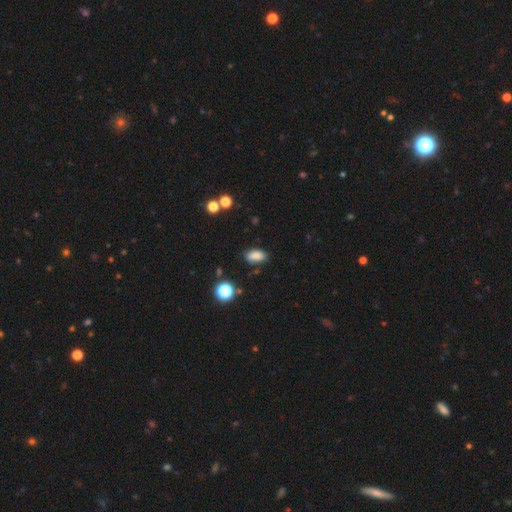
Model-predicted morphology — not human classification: Smooth or featured: smooth — 85% (star or artifact — 11%)
How rounded: in between — 88% (round — 6%)
Merging: none — 82% (minor disturbance — 12%)